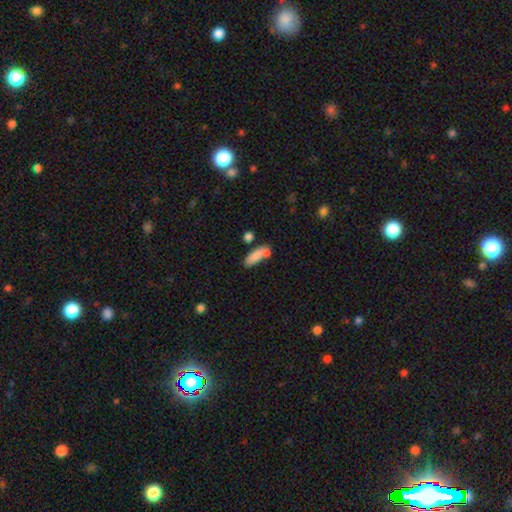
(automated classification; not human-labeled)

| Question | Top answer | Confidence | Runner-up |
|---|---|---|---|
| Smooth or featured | smooth | 80% | featured or disk (12%) |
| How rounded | in between | 62% | cigar-shaped (35%) |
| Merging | none | 47% | merger (29%) |